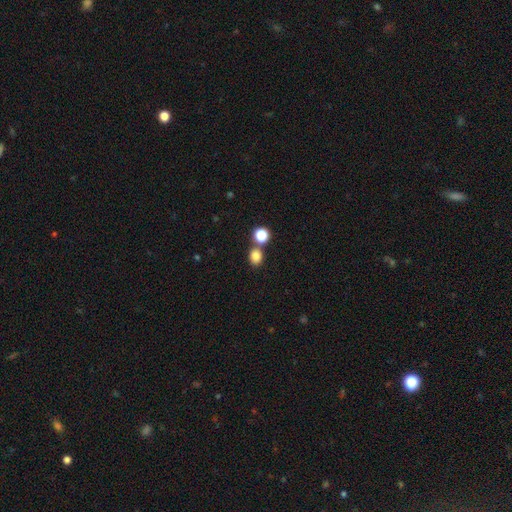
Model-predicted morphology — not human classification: Q: Smooth or featured?
A: smooth (82%); runner-up: star or artifact (13%)
Q: How rounded?
A: round (60%); runner-up: in between (38%)
Q: Merging?
A: none (66%); runner-up: merger (23%)